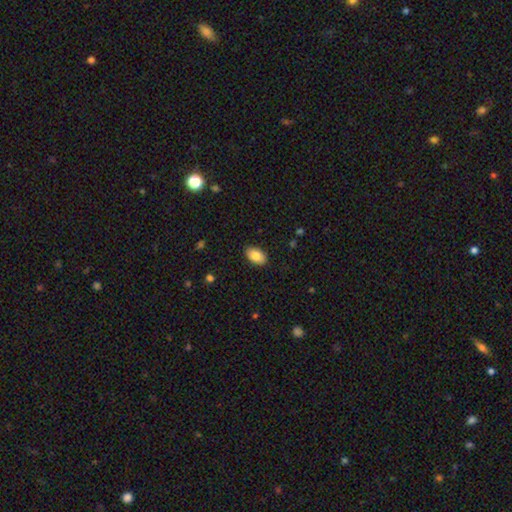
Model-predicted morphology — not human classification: A smooth galaxy with no disk features (84%) that is in between round and cigar-shaped (93%).

Vote fractions:
- Smooth or featured? smooth: 84% / featured or disk: 9% / star or artifact: 7%
- How rounded? in between: 93% / round: 6% / cigar-shaped: 1%
- Merging? none: 89% / minor disturbance: 8% / major disturbance: 2% / merger: 1%